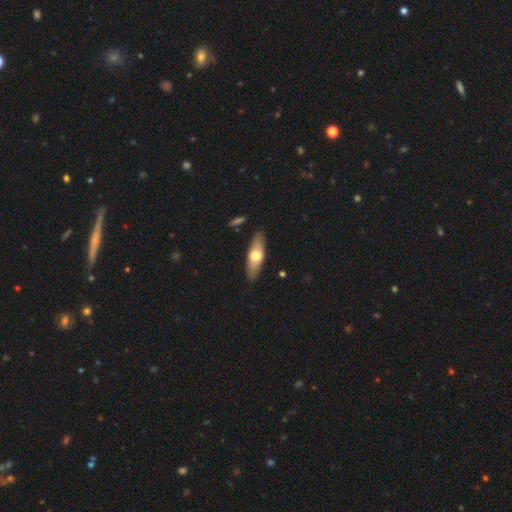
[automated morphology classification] The model was most divided on "how rounded": in between: 54%, cigar-shaped: 43%, round: 2%. More confident: merging — none (87%); smooth or featured — smooth (55%).